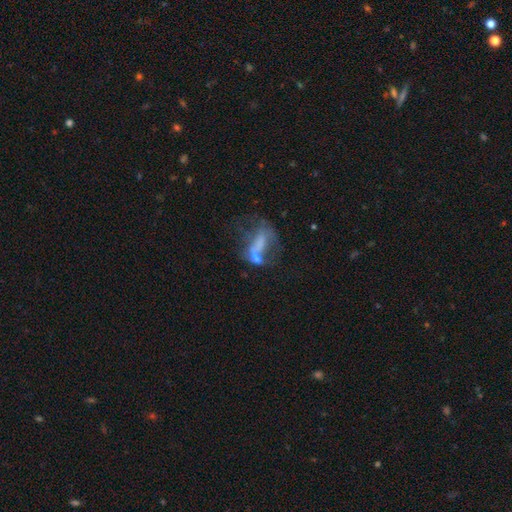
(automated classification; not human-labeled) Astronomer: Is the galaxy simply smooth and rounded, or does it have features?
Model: featured or disk — 46% (runner-up: smooth, 38%).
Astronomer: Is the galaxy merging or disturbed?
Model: major disturbance — 36% (runner-up: merger, 32%).